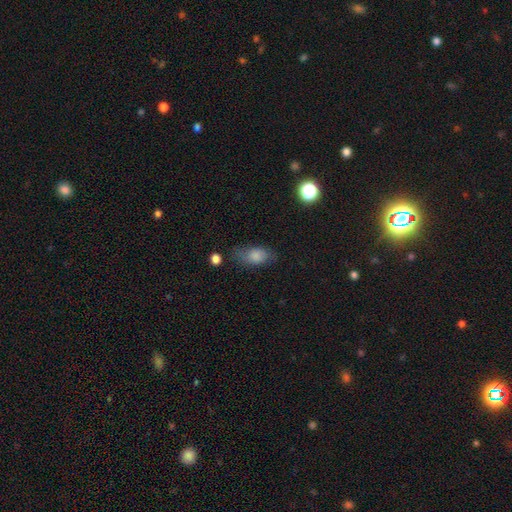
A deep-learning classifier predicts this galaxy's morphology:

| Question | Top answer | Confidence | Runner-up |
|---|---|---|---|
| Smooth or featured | smooth | 81% | featured or disk (10%) |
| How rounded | in between | 87% | round (9%) |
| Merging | none | 62% | minor disturbance (25%) |